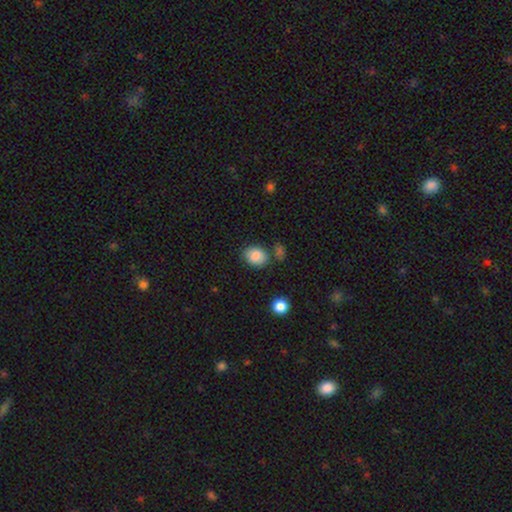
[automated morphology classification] The model was most divided on "how rounded": in between: 51%, round: 48%, cigar-shaped: 1%. More confident: smooth or featured — smooth (86%); merging — none (72%).